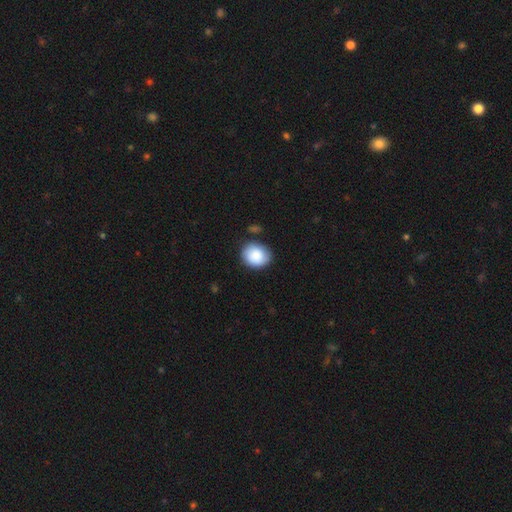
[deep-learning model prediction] Q: Smooth or featured?
A: smooth (87%); runner-up: featured or disk (7%)
Q: How rounded?
A: round (64%); runner-up: in between (35%)
Q: Merging?
A: none (75%); runner-up: minor disturbance (17%)